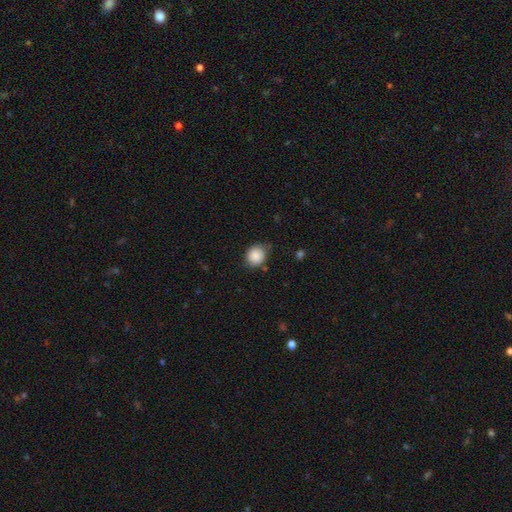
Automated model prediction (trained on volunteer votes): smooth 87%, star or artifact 8%, featured or disk 5%. Down the decision tree: how rounded — round (77%); merging — none (71%).